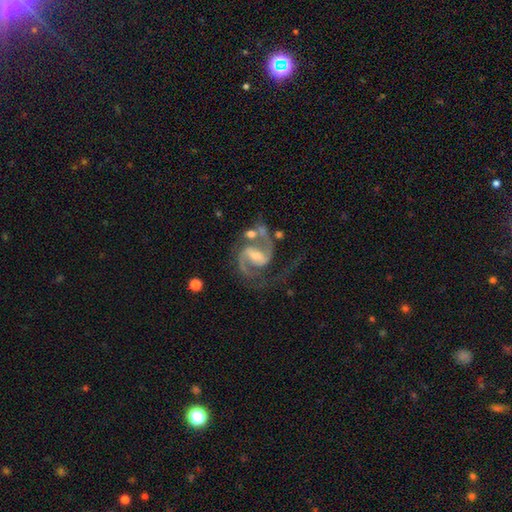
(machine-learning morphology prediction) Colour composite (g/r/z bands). It shows a featured or disk galaxy (91%) with a weak bar (47%), 2 (90%) medium (62%) spiral arms (98%) and a small central bulge (54%). Merging: none (52%).